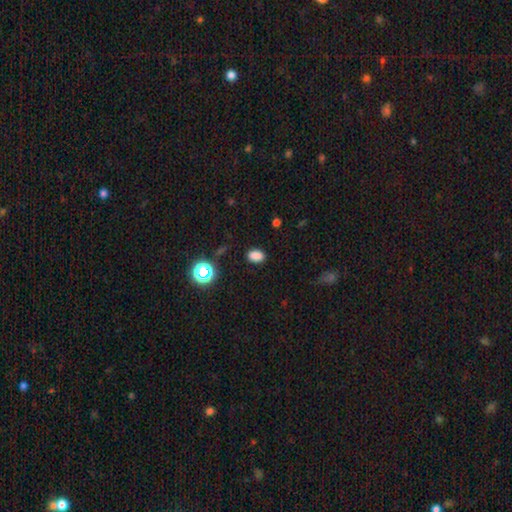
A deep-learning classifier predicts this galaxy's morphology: A smooth galaxy with no disk features (81%) that is in between round and cigar-shaped (83%). Merging: none (87%).